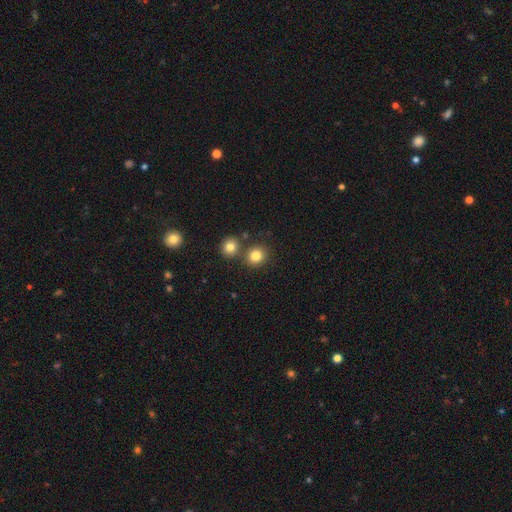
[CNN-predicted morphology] Smooth or featured? Predicted: smooth (p=0.82). How rounded? Predicted: round (p=0.87). Merging? Predicted: none (p=0.75).